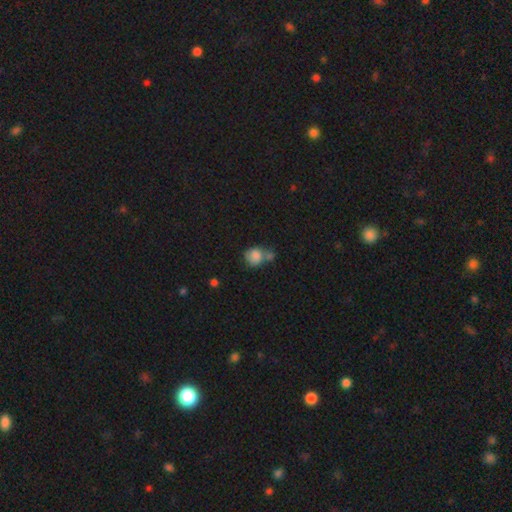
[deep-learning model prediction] smooth_or_featured: smooth (p=0.81) [alt: featured or disk p=0.10]
how_rounded: round (p=0.76) [alt: in between p=0.23]
merging: merger (p=0.41) [alt: none p=0.37]